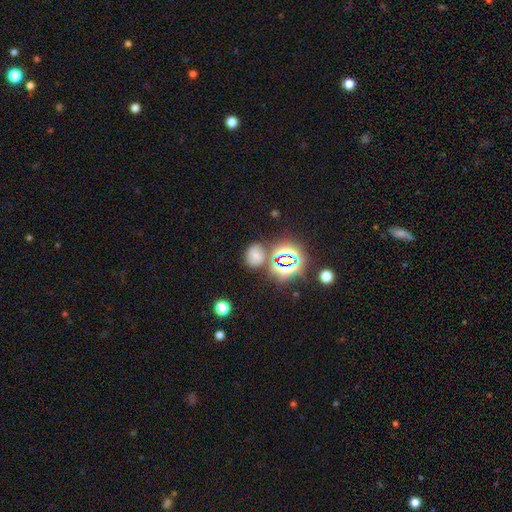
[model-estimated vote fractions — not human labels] A smooth galaxy with no disk features (48%). Merging: none (69%).